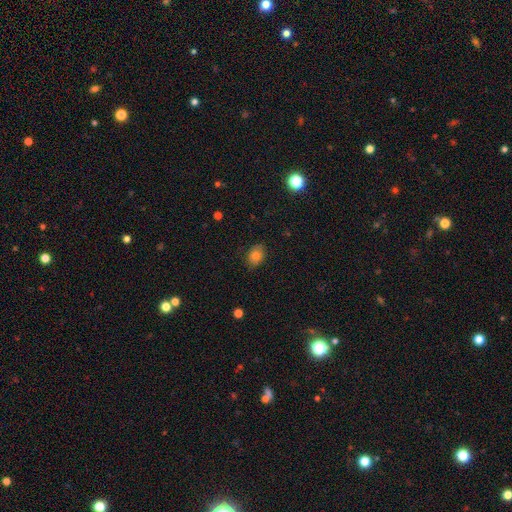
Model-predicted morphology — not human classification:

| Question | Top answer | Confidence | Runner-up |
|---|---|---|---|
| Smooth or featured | smooth | 80% | star or artifact (11%) |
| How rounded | in between | 66% | round (33%) |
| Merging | none | 81% | minor disturbance (15%) |